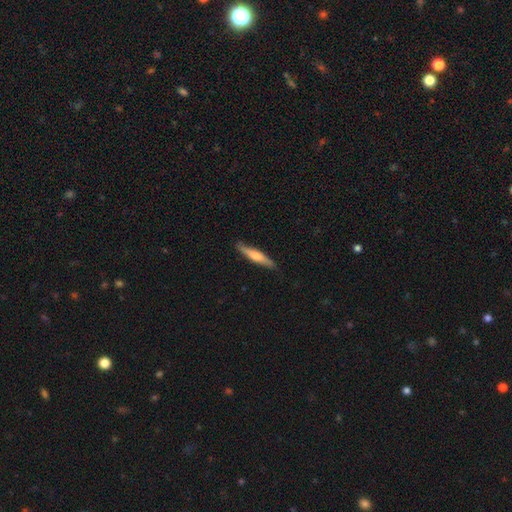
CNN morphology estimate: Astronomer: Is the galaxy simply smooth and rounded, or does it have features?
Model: smooth — 55% (runner-up: featured or disk, 40%).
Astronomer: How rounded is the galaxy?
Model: cigar-shaped — 88%.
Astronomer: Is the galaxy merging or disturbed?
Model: none — 84%.